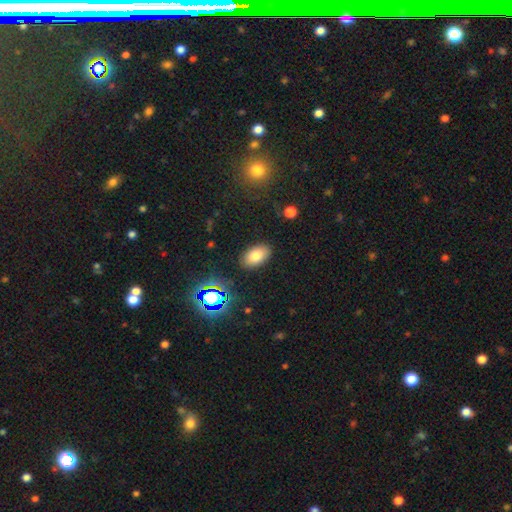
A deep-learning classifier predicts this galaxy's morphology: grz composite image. It shows a smooth galaxy with no disk features (77%) that is in between round and cigar-shaped (92%). Merging: none (87%).